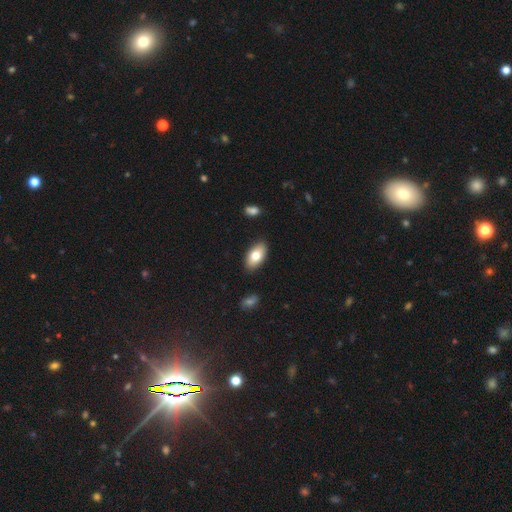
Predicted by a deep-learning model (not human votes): smooth-or-featured: smooth: 76% | featured or disk: 17% | star or artifact: 7%
  how-rounded: in between: 93% | round: 4% | cigar-shaped: 3%
  merging: none: 87% | minor disturbance: 10% | major disturbance: 2% | merger: 2%